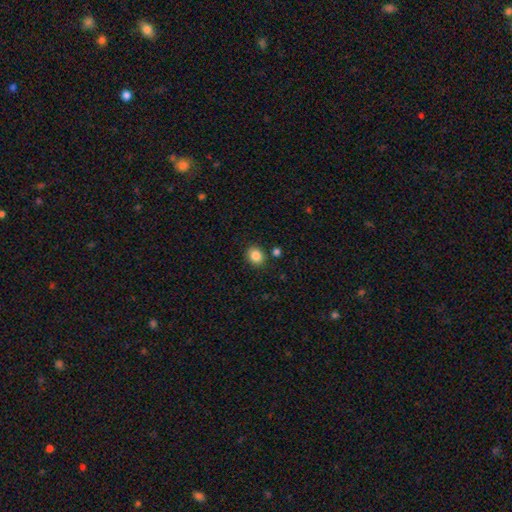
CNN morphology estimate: A smooth galaxy with no disk features (86%) that is round (60%). Merging: none (85%).